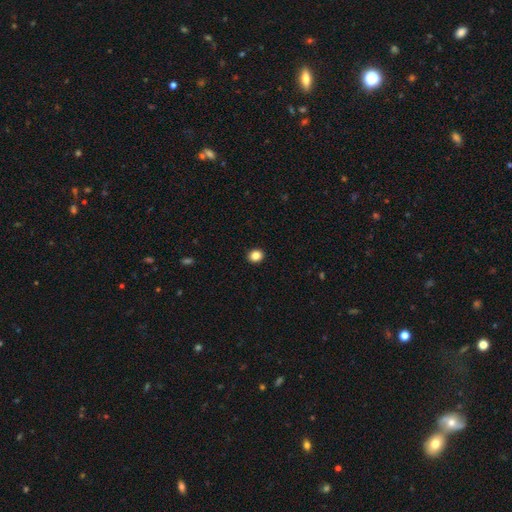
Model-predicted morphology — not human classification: This is clearly a smooth galaxy (85%). How rounded: likely round (71%). Merging: clearly none (92%).